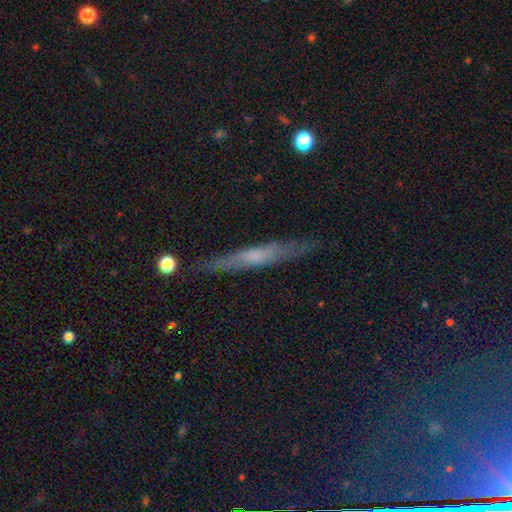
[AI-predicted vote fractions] Smooth or featured: featured or disk — 53% (smooth — 39%)
Edge-on disk: yes — 89% (no — 11%)
Merging: none — 83% (minor disturbance — 12%)